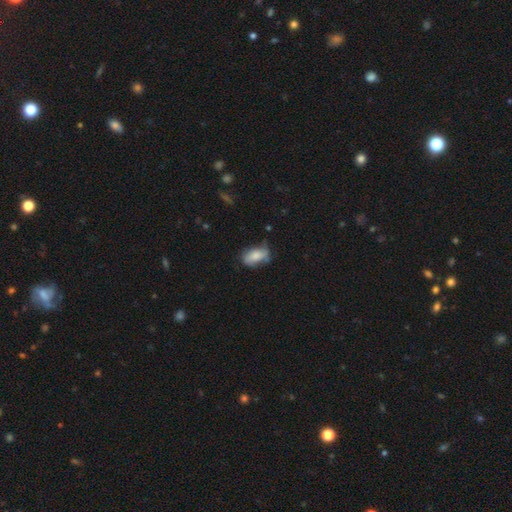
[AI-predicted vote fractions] Q: Smooth or featured?
A: smooth (71%); runner-up: featured or disk (21%)
Q: How rounded?
A: in between (89%); runner-up: round (6%)
Q: Merging?
A: none (48%); runner-up: minor disturbance (36%)